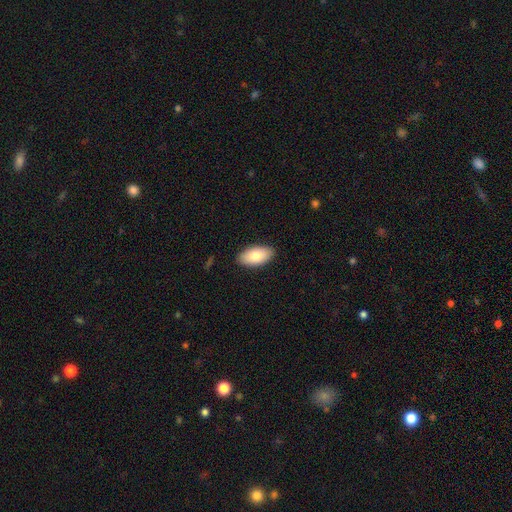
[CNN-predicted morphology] This is clearly a smooth galaxy (83%). How rounded: clearly in between (95%). Merging: clearly none (88%).